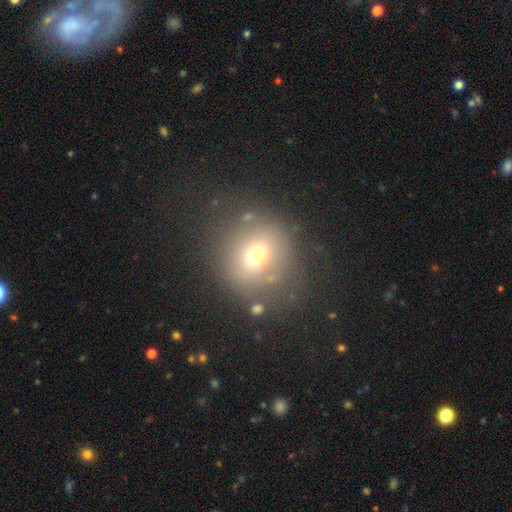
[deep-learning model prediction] This appears to be a smooth galaxy with no disk features (65%) that is round (78%). Merging: none (71%).